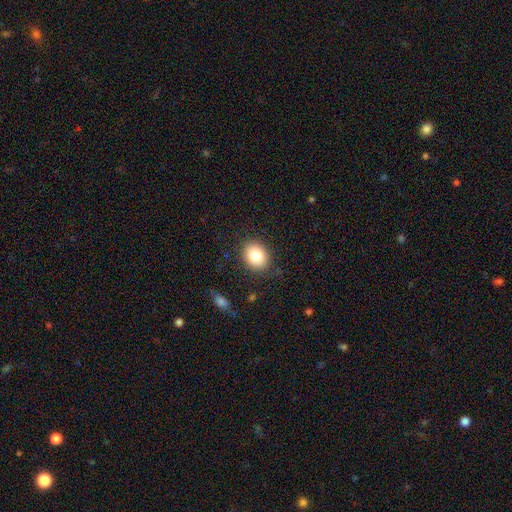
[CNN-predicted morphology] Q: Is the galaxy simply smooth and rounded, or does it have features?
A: smooth — 83%.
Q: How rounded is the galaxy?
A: round — 56%.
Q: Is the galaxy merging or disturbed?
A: none — 85%.